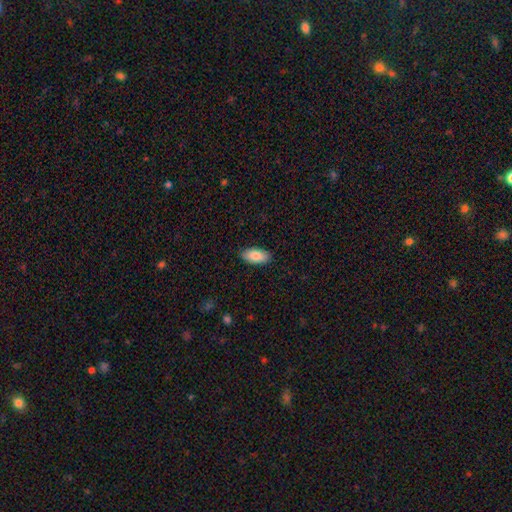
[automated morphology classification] The model was most divided on "smooth or featured": smooth: 84%, featured or disk: 10%, star or artifact: 6%. More confident: how rounded — in between (92%); merging — none (89%).